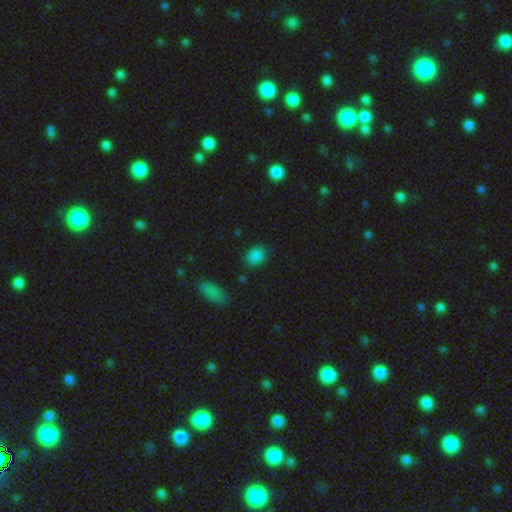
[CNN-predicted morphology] A smooth galaxy with no disk features (84%) that is in between round and cigar-shaped (55%).

Vote fractions:
- Smooth or featured? smooth: 84% / star or artifact: 11% / featured or disk: 4%
- How rounded? in between: 55% / round: 43% / cigar-shaped: 2%
- Merging? none: 85% / minor disturbance: 11% / major disturbance: 2% / merger: 2%